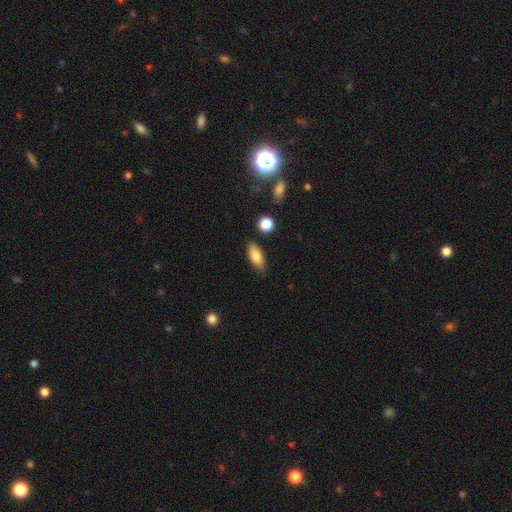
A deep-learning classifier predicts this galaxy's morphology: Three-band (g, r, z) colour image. It shows a smooth galaxy with no disk features (82%) that is in between round and cigar-shaped (74%). Merging: none (83%).